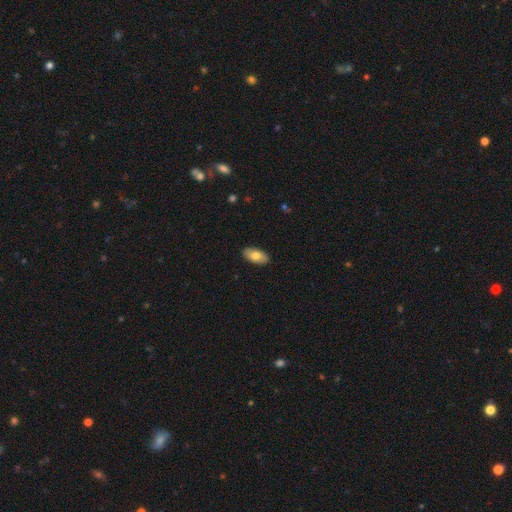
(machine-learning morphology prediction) Smooth or featured: smooth — 75% (featured or disk — 18%)
How rounded: in between — 94% (cigar-shaped — 4%)
Merging: none — 89% (minor disturbance — 8%)